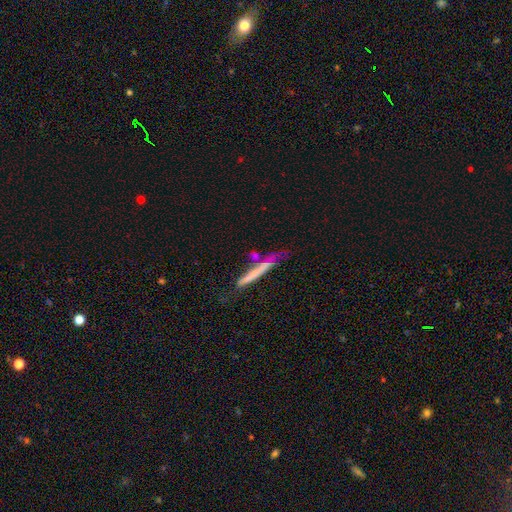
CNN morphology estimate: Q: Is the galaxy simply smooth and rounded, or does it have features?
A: smooth — 58%.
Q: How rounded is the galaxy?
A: cigar-shaped — 94%.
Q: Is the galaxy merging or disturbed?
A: none — 49%.